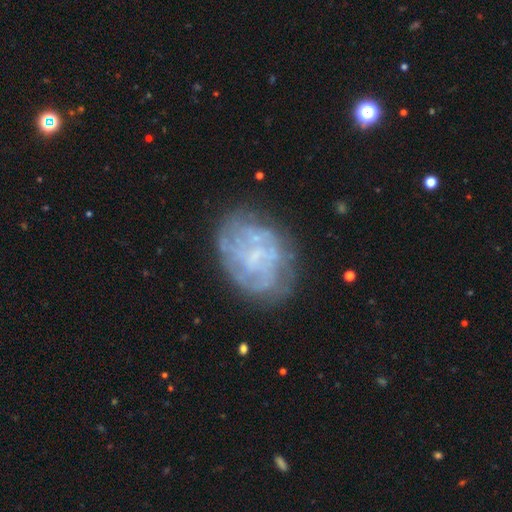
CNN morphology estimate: The model was most divided on "spiral arms": yes: 57%, no: 43%. More confident: edge-on disk — no (98%); smooth or featured — featured or disk (69%); merging — none (65%); bar — no (64%); bulge size — none (51%).